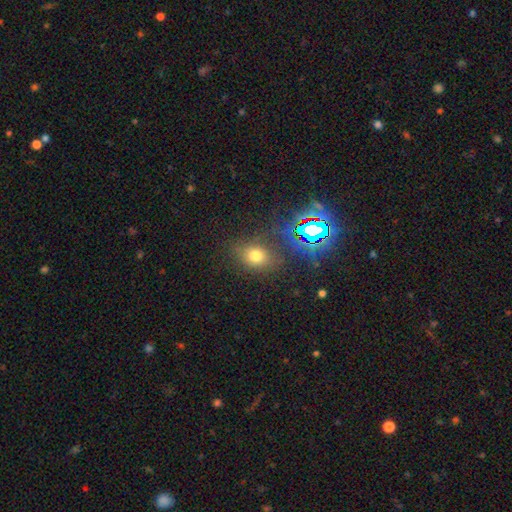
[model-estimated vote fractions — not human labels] smooth 65%, star or artifact 25%, featured or disk 10%. Down the decision tree: how rounded — round (50%); merging — none (76%).